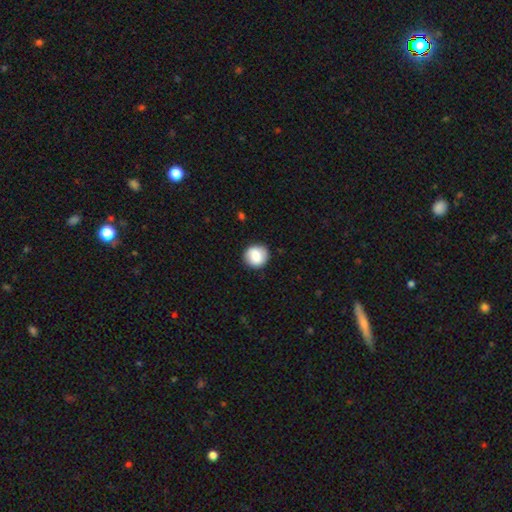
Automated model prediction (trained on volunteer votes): This is clearly a smooth galaxy (83%). How rounded: clearly round (92%). Merging: clearly none (88%).